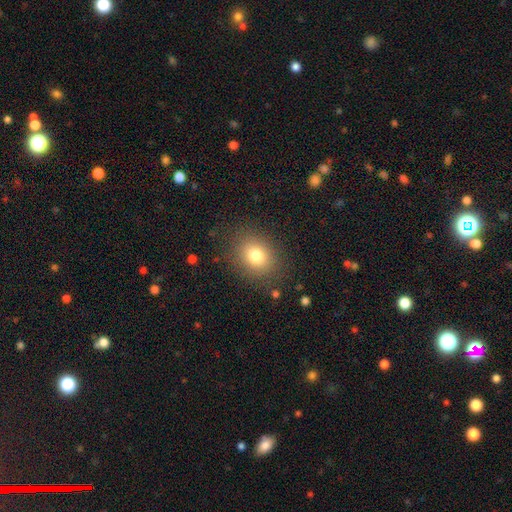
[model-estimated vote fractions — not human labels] Smooth or featured? smooth (78%)
How rounded? round (57%)
Merging? none (84%)